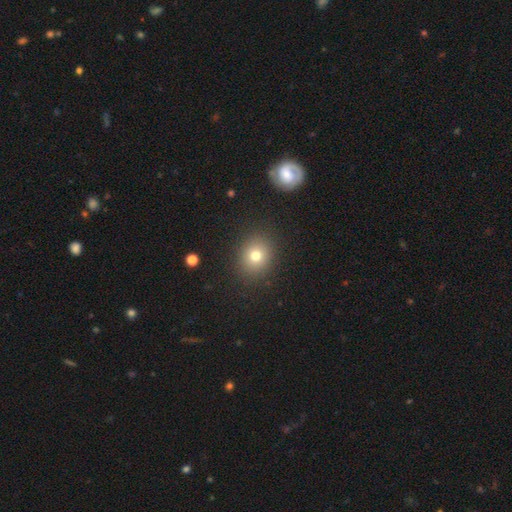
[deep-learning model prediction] Overall: smooth (76%). How rounded: round (74%). Merging: none (88%).